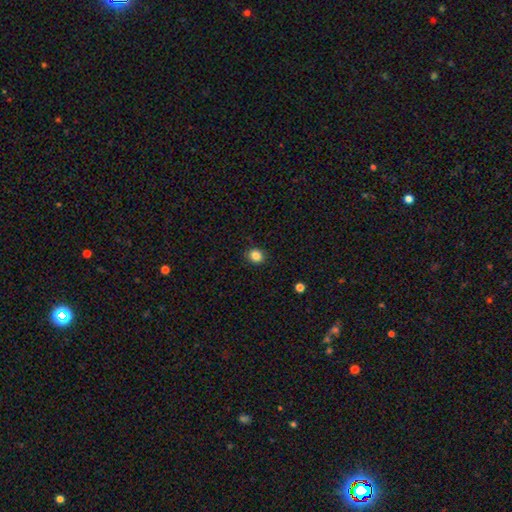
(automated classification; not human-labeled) Overall: smooth (85%). How rounded: round (72%). Merging: none (89%).